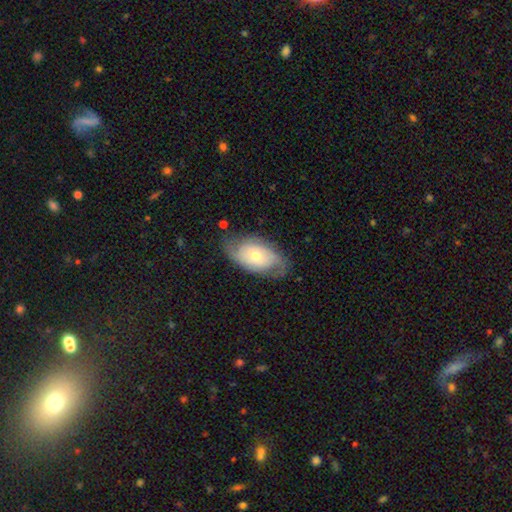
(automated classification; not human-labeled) Morphology: type=featured or disk (64%); edge-on=no (93%); bar=no (74%); spiral arms=yes (84%); winding=medium (41%); arm count=2 (77%); bulge=small (50%); merging=none (71%).